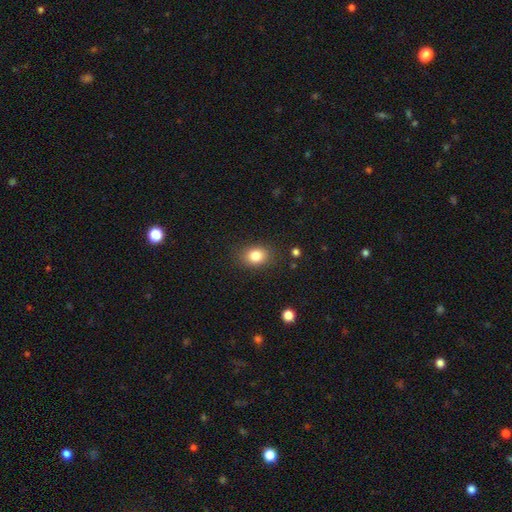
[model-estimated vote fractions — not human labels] A smooth galaxy with no disk features (83%) that is in between round and cigar-shaped (58%). Merging: none (86%).